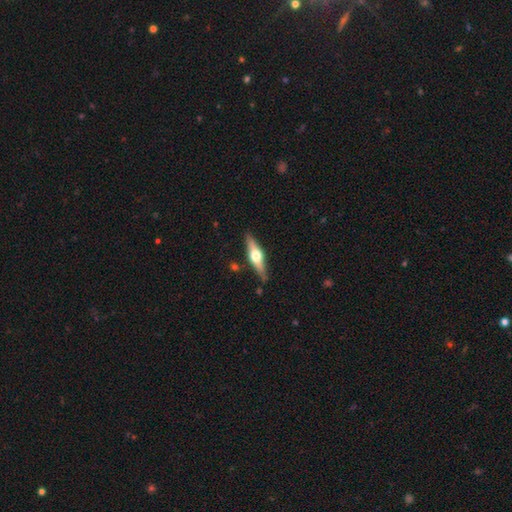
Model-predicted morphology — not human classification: Q: Smooth or featured?
A: featured or disk (64%); runner-up: smooth (30%)
Q: Edge-on disk?
A: yes (95%); runner-up: no (5%)
Q: Edge-on bulge?
A: rounded (95%); runner-up: boxy (3%)
Q: Merging?
A: none (83%); runner-up: minor disturbance (12%)